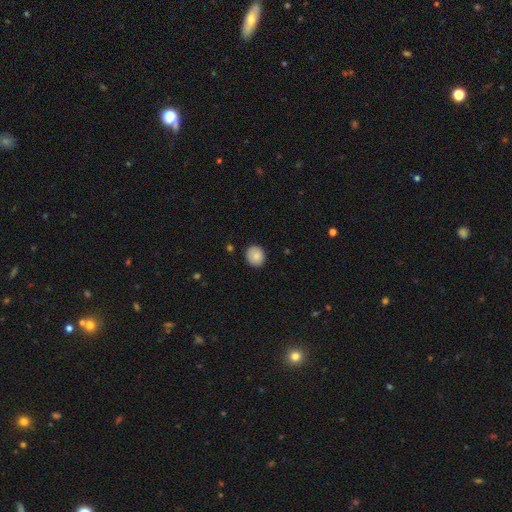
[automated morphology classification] Smooth or featured? smooth (87%)
How rounded? round (81%)
Merging? none (89%)